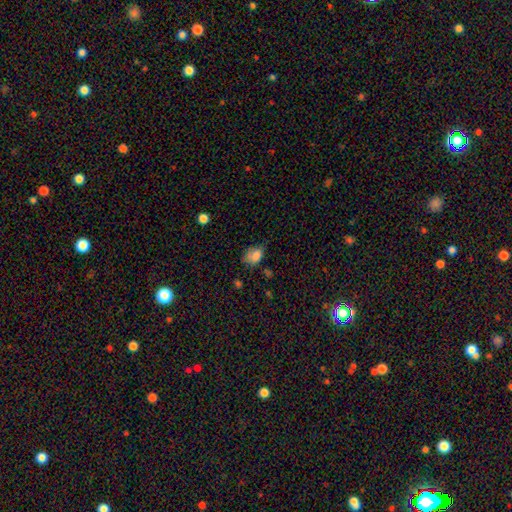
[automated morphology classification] Overall: smooth (79%). How rounded: in between (77%). Merging: none (42%; minor disturbance 37%).